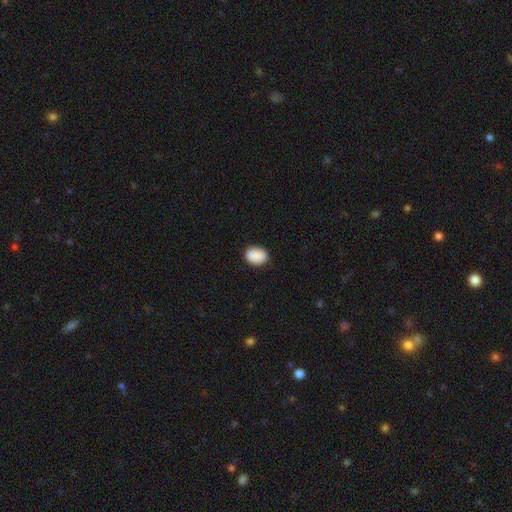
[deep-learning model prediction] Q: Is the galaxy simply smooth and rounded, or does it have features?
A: smooth — 90%.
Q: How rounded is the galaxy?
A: in between — 67%.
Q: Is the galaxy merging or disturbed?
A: none — 87%.